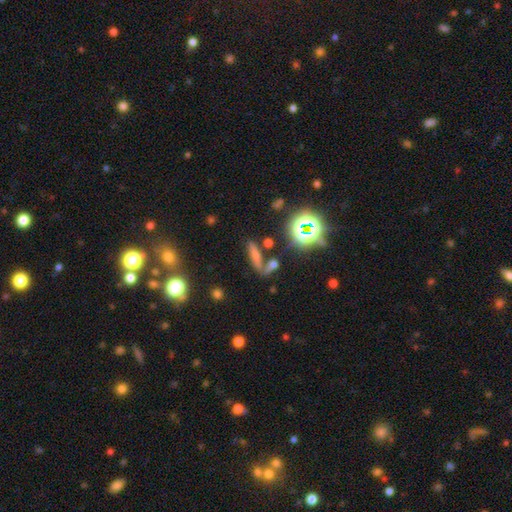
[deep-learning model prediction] Smooth or featured? smooth (58%)
How rounded? cigar-shaped (70%)
Merging? none (61%)